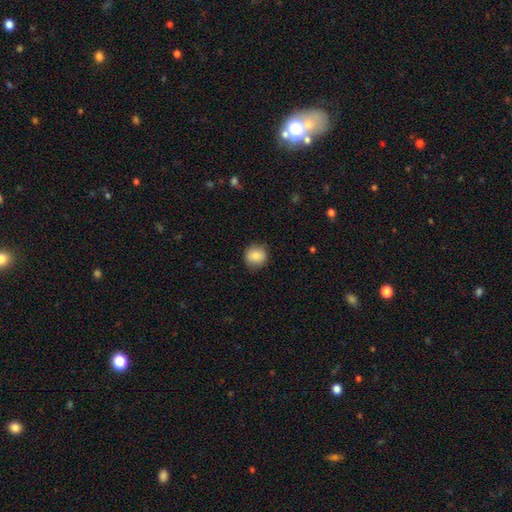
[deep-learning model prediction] smooth_or_featured: smooth (p=0.86) [alt: star or artifact p=0.08]
how_rounded: round (p=0.88) [alt: in between p=0.11]
merging: none (p=0.86) [alt: minor disturbance p=0.11]